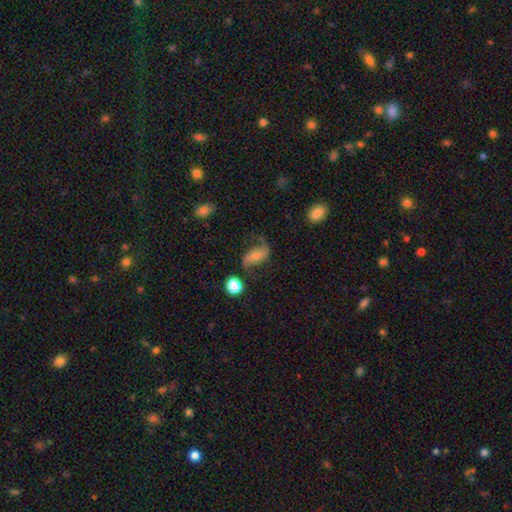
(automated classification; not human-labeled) Smooth or featured? featured or disk (69%)
Edge-on disk? no (95%)
Bar? no (38%)
Spiral arms? yes (91%)
Spiral winding? loose (79%)
Spiral arm count? 2 (90%)
Bulge size? small (49%)
Merging? none (63%)